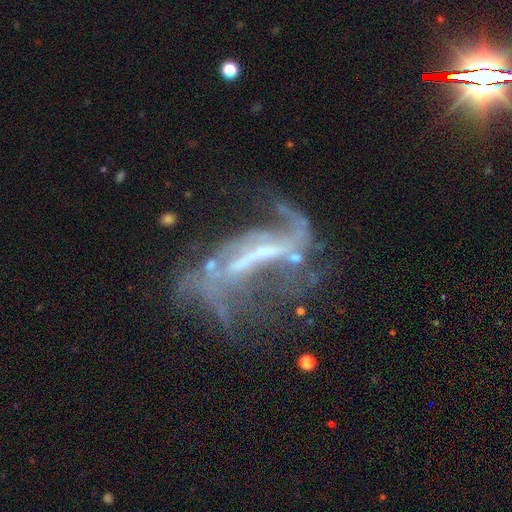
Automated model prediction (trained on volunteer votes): smooth-or-featured: featured or disk: 83% | star or artifact: 11% | smooth: 7%
  disk-edge-on: no: 88% | yes: 12%
    bar: strong: 62% | weak: 25% | no: 14%
    has-spiral-arms: yes: 82% | no: 18%
      spiral-winding: loose: 69% | medium: 23% | tight: 9%
      spiral-arm-count: 2: 60% | can't tell: 19% | 1: 7% | 3: 6% | 4: 4% | more than 4: 3%
    bulge-size: none: 39% | small: 36% | moderate: 21% | large: 3% | dominant: 1%
  merging: none: 38% | major disturbance: 36% | minor disturbance: 16% | merger: 10%